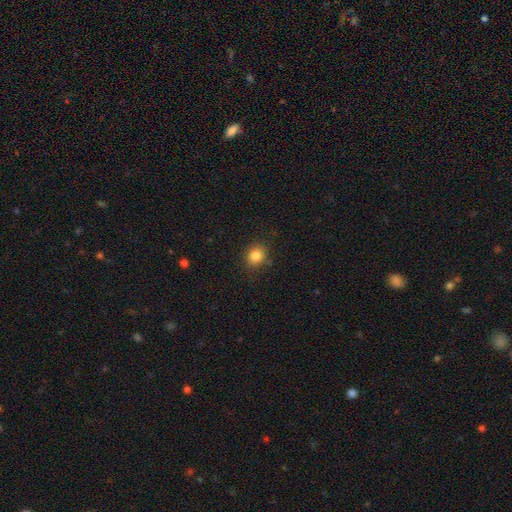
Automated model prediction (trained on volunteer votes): A smooth galaxy with no disk features (84%) that is round (72%). Merging: none (85%).